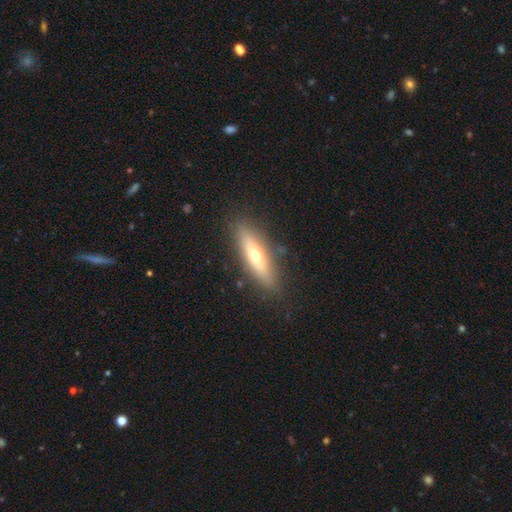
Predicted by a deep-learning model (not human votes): Overall: smooth (51%; featured or disk 43%). How rounded: cigar-shaped (71%). Merging: none (86%).